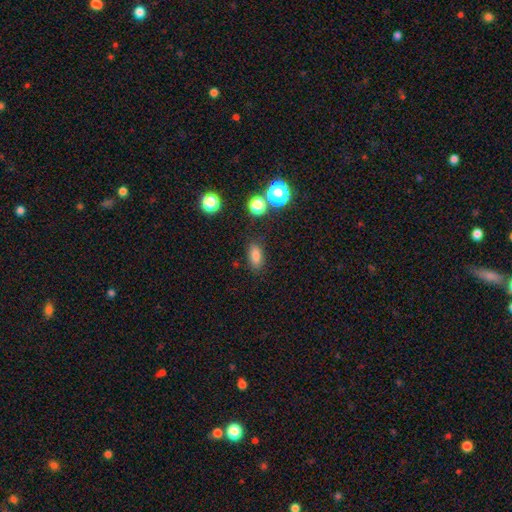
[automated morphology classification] This is clearly a smooth galaxy (81%). How rounded: clearly in between (82%). Merging: clearly none (84%).